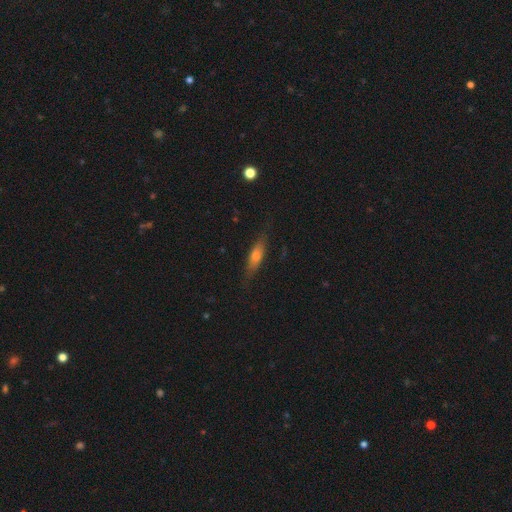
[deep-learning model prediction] Q: Smooth or featured?
A: smooth (52%); runner-up: featured or disk (40%)
Q: How rounded?
A: cigar-shaped (67%); runner-up: in between (31%)
Q: Merging?
A: none (81%); runner-up: minor disturbance (14%)